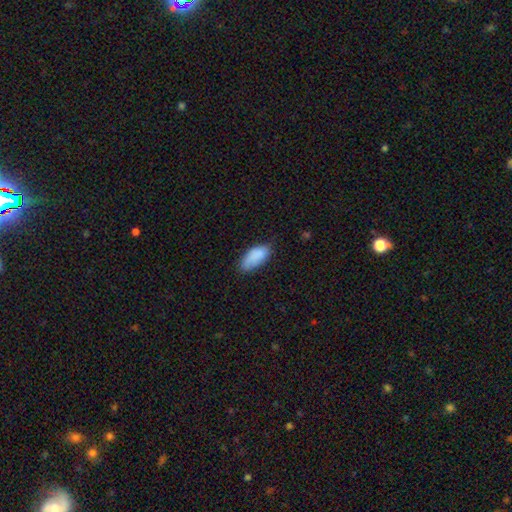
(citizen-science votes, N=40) Smooth or featured? smooth (80%)
How rounded? in between (91%)
Merging? none (81%)